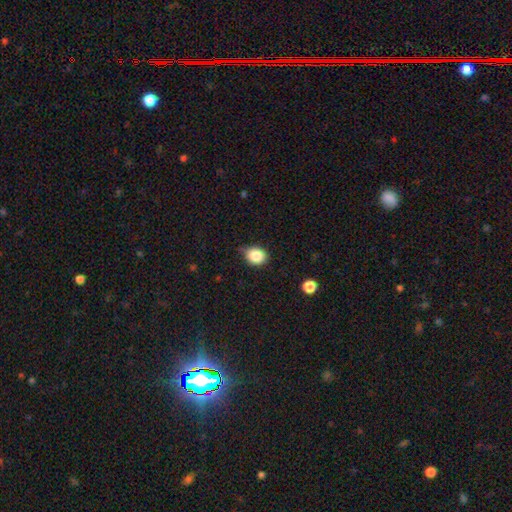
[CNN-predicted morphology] smooth_or_featured: smooth (p=0.86) [alt: star or artifact p=0.09]
how_rounded: round (p=0.62) [alt: in between p=0.37]
merging: none (p=0.68) [alt: minor disturbance p=0.25]